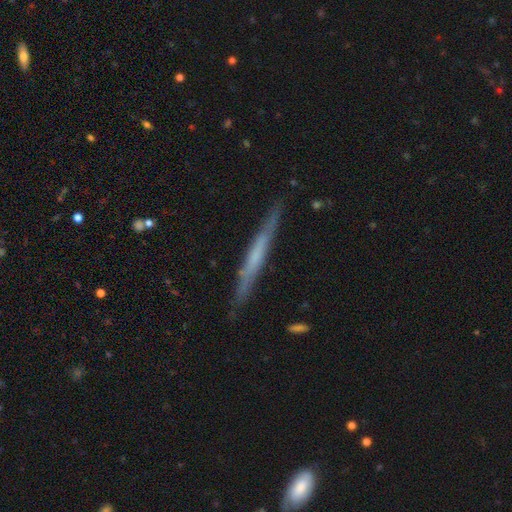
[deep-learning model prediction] This appears to be a featured or disk galaxy (56%) viewed edge-on (96%) with no central bulge (74%). Merging: none (87%).